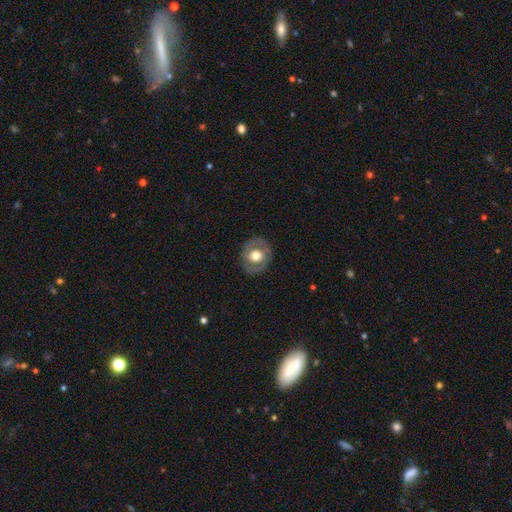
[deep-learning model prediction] Smooth or featured? Predicted: smooth (p=0.49). Merging? Predicted: none (p=0.84).